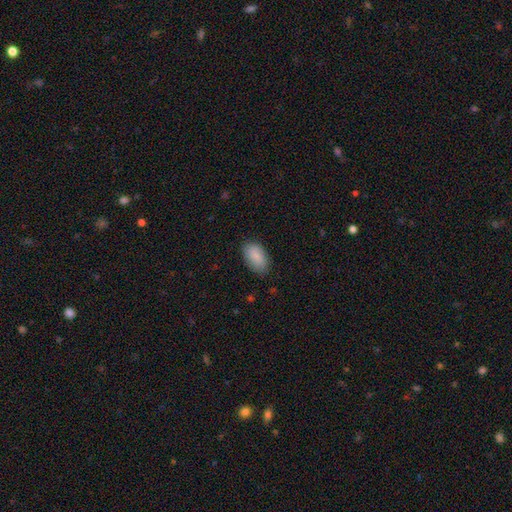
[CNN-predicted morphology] The model was most divided on "merging": none: 82%, minor disturbance: 14%, major disturbance: 3%, merger: 1%. More confident: how rounded — in between (94%); smooth or featured — smooth (86%).